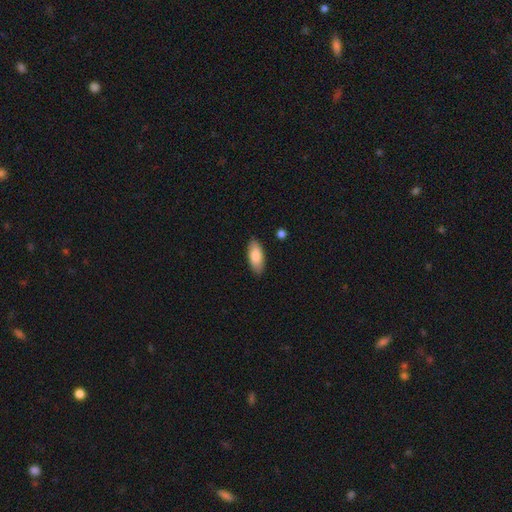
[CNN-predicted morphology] Q: Smooth or featured?
A: smooth (83%); runner-up: featured or disk (11%)
Q: How rounded?
A: in between (86%); runner-up: cigar-shaped (12%)
Q: Merging?
A: none (87%); runner-up: minor disturbance (10%)